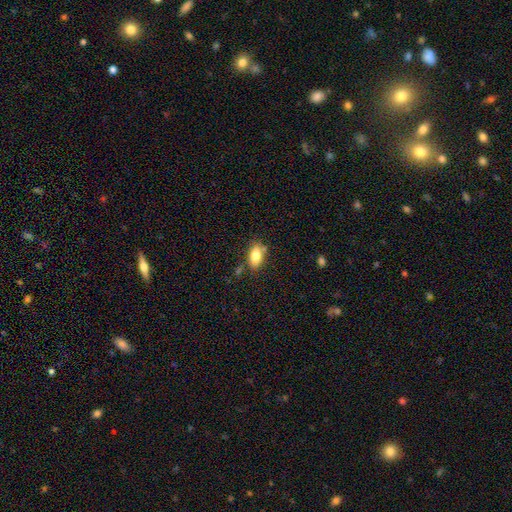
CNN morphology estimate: smooth_or_featured: smooth (p=0.81) [alt: featured or disk p=0.11]
how_rounded: in between (p=0.89) [alt: cigar-shaped p=0.06]
merging: none (p=0.73) [alt: minor disturbance p=0.16]